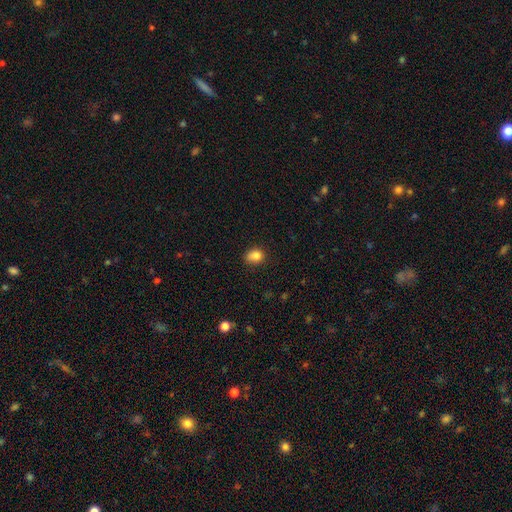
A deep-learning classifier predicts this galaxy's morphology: A smooth galaxy with no disk features (84%) that is round (51%). Merging: none (77%).